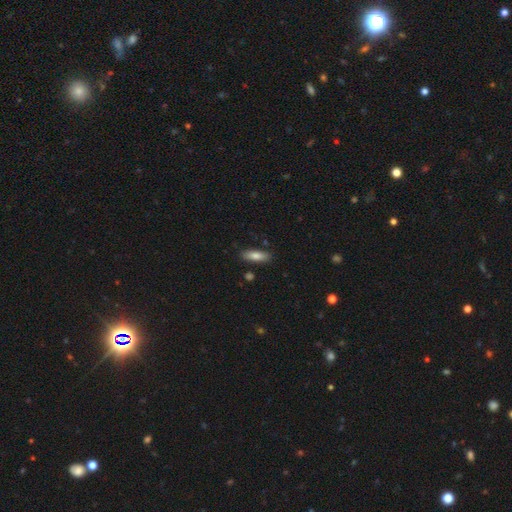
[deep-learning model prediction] This is likely a smooth galaxy (80%). How rounded: possibly in between (55%). Merging: clearly none (85%).